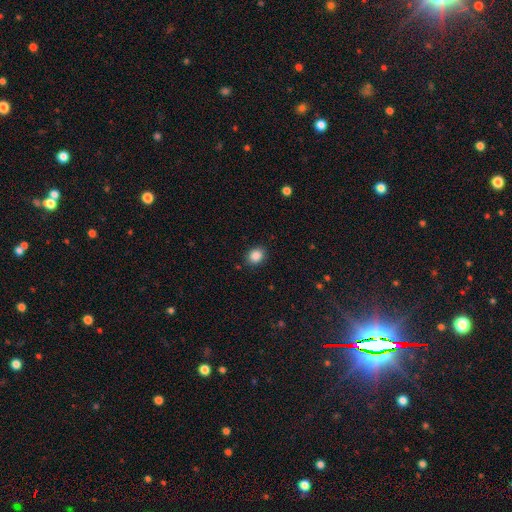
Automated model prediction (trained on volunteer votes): A smooth galaxy with no disk features (87%) that is round (56%).

Vote fractions:
- Smooth or featured? smooth: 87% / star or artifact: 9% / featured or disk: 3%
- How rounded? round: 56% / in between: 43% / cigar-shaped: 1%
- Merging? none: 87% / minor disturbance: 9% / major disturbance: 3% / merger: 1%